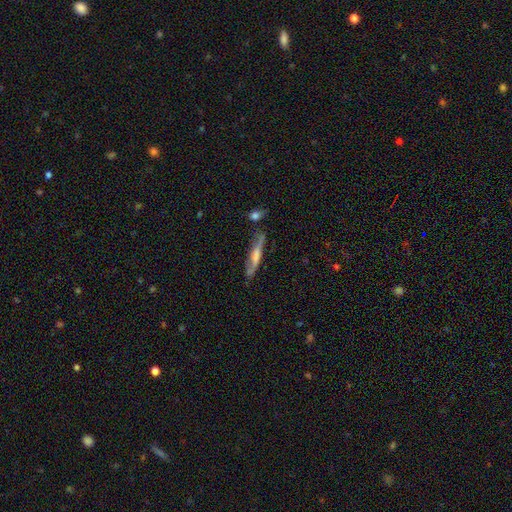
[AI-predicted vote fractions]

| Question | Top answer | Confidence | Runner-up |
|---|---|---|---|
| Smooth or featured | featured or disk | 58% | smooth (35%) |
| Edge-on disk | yes | 81% | no (19%) |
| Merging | none | 72% | minor disturbance (18%) |